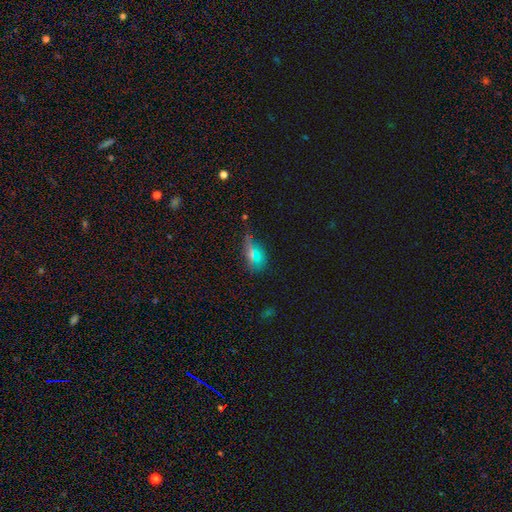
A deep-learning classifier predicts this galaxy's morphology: Smooth or featured? smooth (60%)
How rounded? in between (77%)
Merging? none (75%)